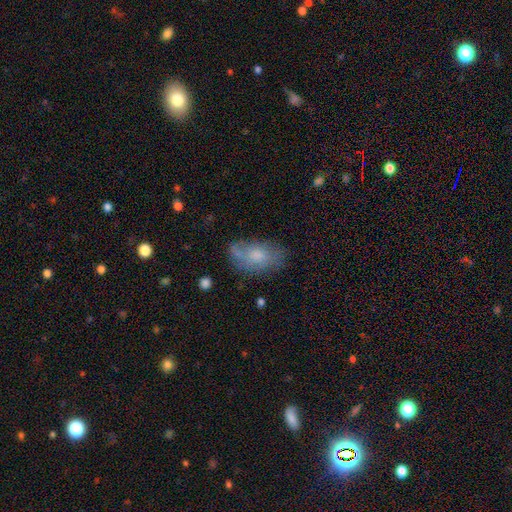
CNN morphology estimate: smooth_or_featured: smooth (p=0.64) [alt: featured or disk p=0.28]
how_rounded: in between (p=0.91) [alt: round p=0.06]
merging: none (p=0.58) [alt: minor disturbance p=0.27]